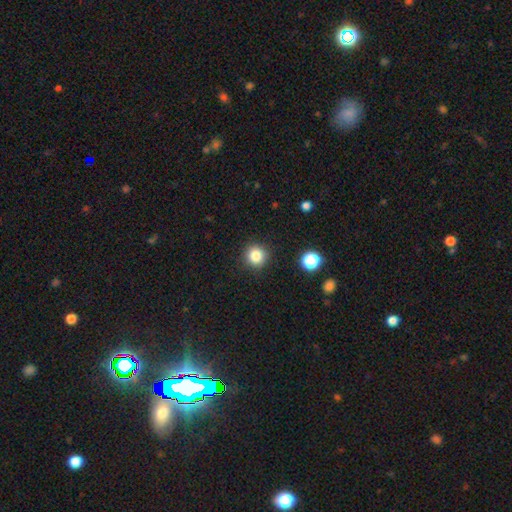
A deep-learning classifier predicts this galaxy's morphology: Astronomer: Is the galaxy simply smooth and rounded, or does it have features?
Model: smooth — 84%.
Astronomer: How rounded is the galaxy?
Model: round — 92%.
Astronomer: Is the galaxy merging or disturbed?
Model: none — 90%.